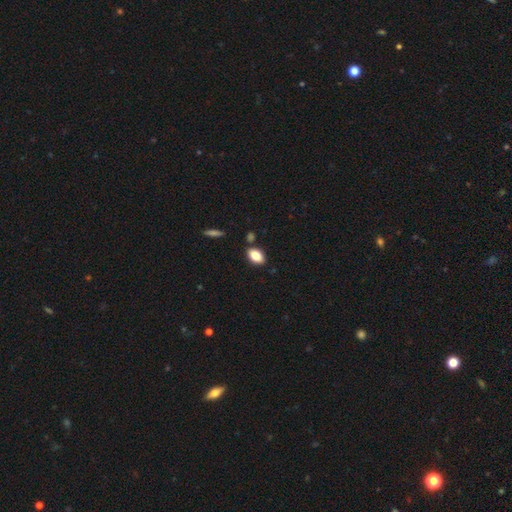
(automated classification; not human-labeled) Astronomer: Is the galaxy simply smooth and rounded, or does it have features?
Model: smooth — 84%.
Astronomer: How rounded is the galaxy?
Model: in between — 89%.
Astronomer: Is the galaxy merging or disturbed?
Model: none — 84%.